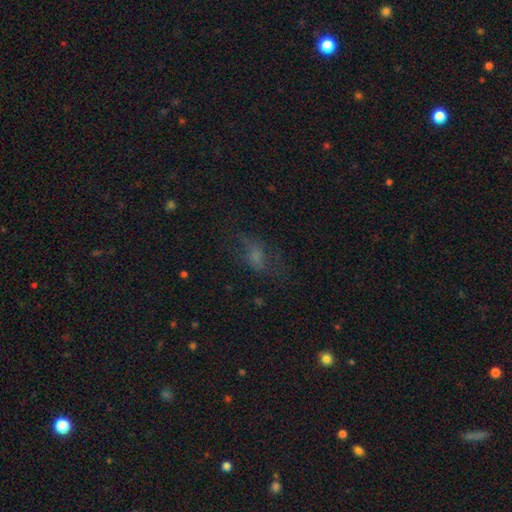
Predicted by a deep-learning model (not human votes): Morphology: type=smooth (45%); merging=none (49%).